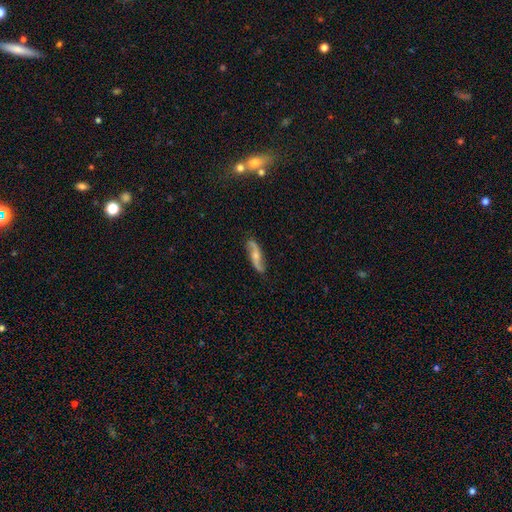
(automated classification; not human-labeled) The model was most divided on "bulge size" (2-way tie): moderate: 45%, small: 45%, none: 6%, large: 3%, dominant: 1%. More confident: spiral arms — yes (94%); spiral arm count — 2 (93%); edge-on disk — no (83%); merging — none (82%); spiral winding — loose (78%); smooth or featured — featured or disk (76%); bar — no (58%).